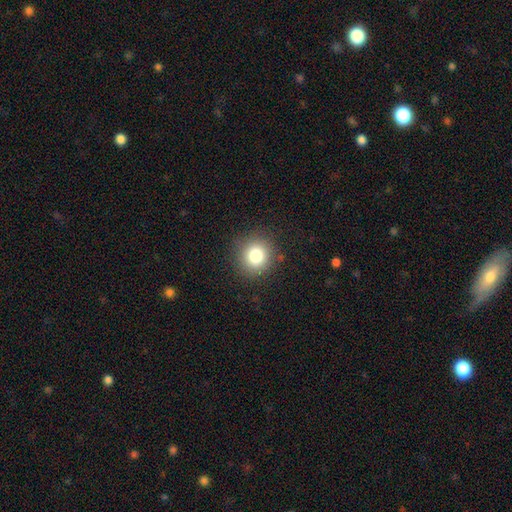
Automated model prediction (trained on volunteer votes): Morphology: type=smooth (81%); roundness=round (91%); merging=none (88%).